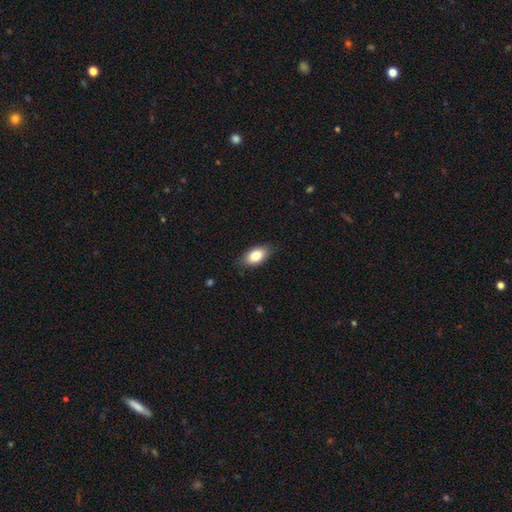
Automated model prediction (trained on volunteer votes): Smooth or featured? Predicted: smooth (p=0.83). How rounded? Predicted: in between (p=0.91). Merging? Predicted: none (p=0.83).